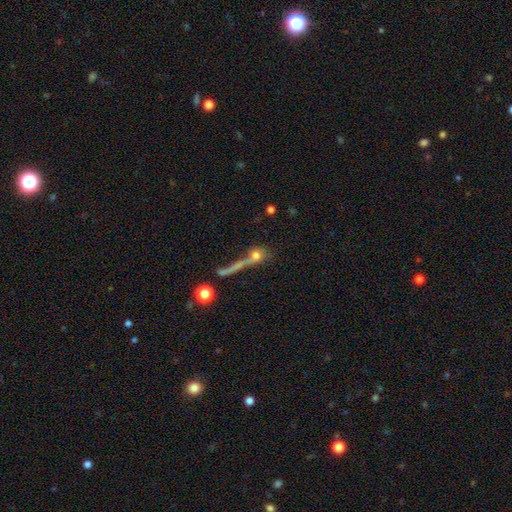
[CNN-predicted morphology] smooth-or-featured: smooth: 56% | featured or disk: 27% | star or artifact: 17%
  how-rounded: round: 59% | cigar-shaped: 21% | in between: 20%
  merging: none: 43% | merger: 30% | major disturbance: 15% | minor disturbance: 11%